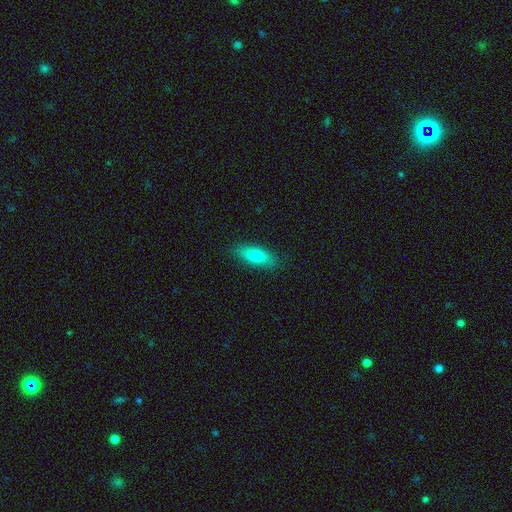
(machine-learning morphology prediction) A smooth galaxy with no disk features (79%) that is in between round and cigar-shaped (68%).

Vote fractions:
- Smooth or featured? smooth: 79% / featured or disk: 14% / star or artifact: 7%
- How rounded? in between: 68% / cigar-shaped: 30% / round: 3%
- Merging? none: 86% / minor disturbance: 11% / major disturbance: 2% / merger: 1%